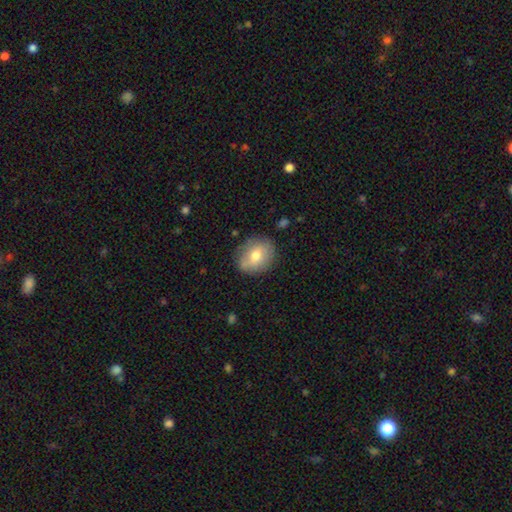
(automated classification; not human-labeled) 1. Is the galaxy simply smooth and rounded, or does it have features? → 68% smooth, 24% featured or disk, 8% star or artifact.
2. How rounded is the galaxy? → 59% round, 39% in between, 1% cigar-shaped.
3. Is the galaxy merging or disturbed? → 80% none, 14% minor disturbance, 4% major disturbance, 2% merger.